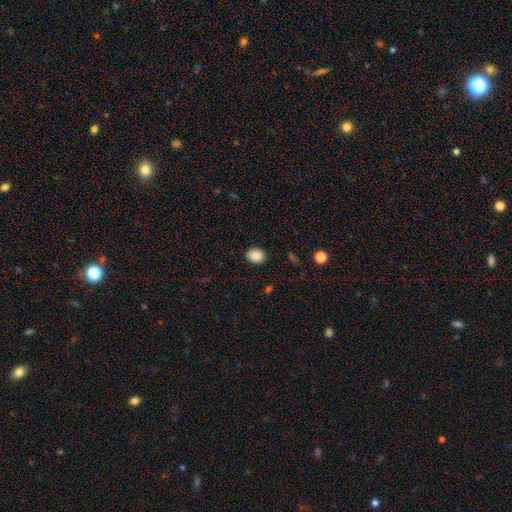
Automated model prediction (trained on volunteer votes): smooth 88%, star or artifact 9%, featured or disk 3%. Down the decision tree: how rounded — round (58%); merging — none (89%).